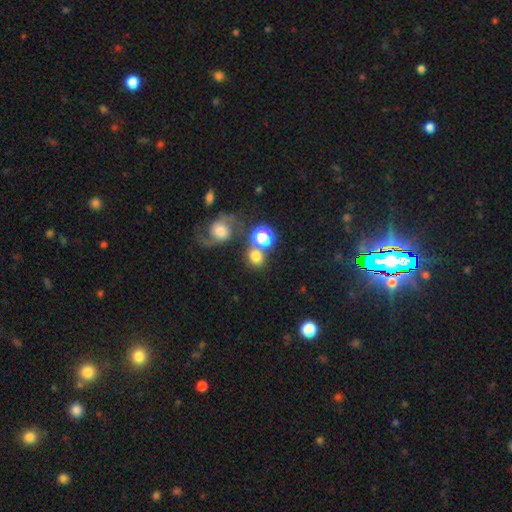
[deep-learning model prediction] This appears to be a smooth galaxy with no disk features (72%) that is round (77%). Merging: none (62%).